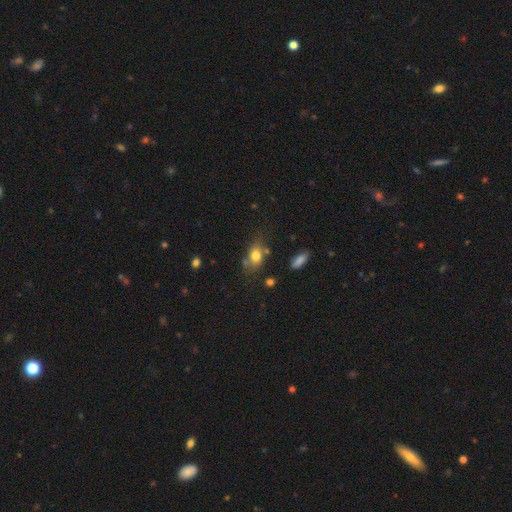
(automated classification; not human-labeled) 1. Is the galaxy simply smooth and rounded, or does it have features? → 76% smooth, 14% featured or disk, 10% star or artifact.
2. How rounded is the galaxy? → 74% in between, 22% round, 4% cigar-shaped.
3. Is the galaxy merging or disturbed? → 57% none, 23% minor disturbance, 11% merger, 8% major disturbance.